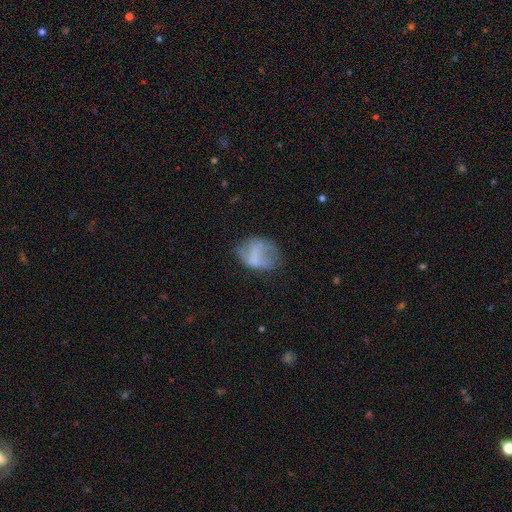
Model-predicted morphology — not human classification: Overall: smooth (61%; featured or disk 29%). How rounded: in between (63%; round 36%). Merging: none (44%; minor disturbance 30%).